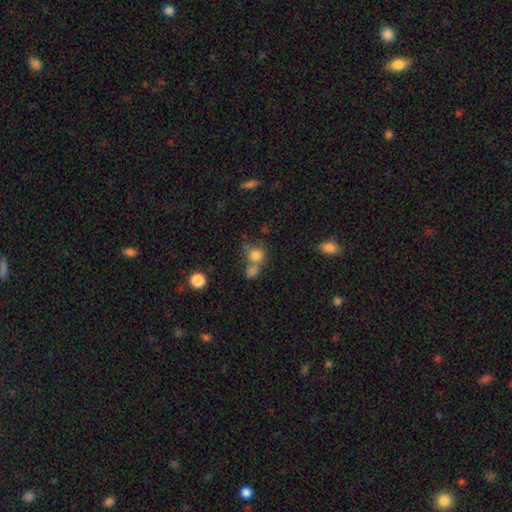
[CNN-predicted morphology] This is likely a smooth galaxy (78%). How rounded: clearly round (81%). Merging: marginally none (44%).